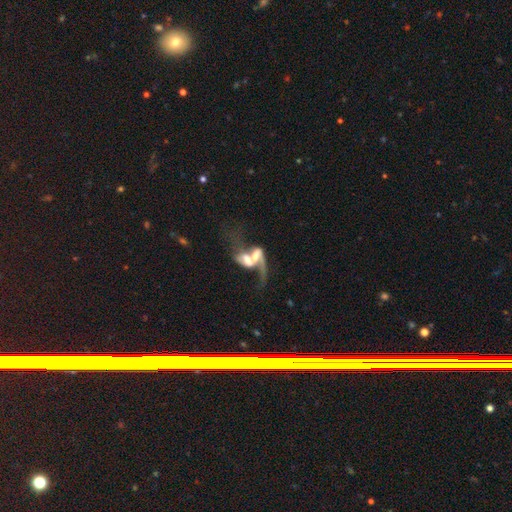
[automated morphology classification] featured or disk 67%, smooth 24%, star or artifact 8%. Down the decision tree: edge-on disk — no (93%); bar — no (46%); spiral arms — yes (70%); bulge size — moderate (36%); merging — merger (71%).